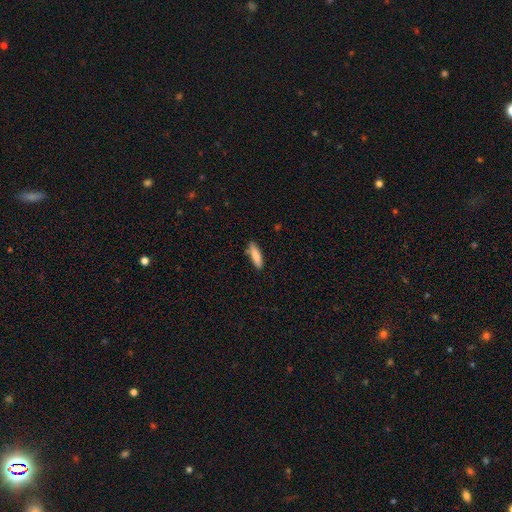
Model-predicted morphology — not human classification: smooth_or_featured: smooth (p=0.84) [alt: featured or disk p=0.10]
how_rounded: cigar-shaped (p=0.66) [alt: in between p=0.33]
merging: none (p=0.82) [alt: minor disturbance p=0.13]